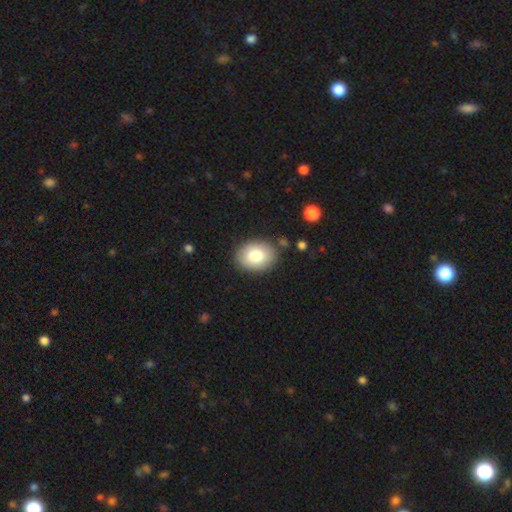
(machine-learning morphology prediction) The model was most divided on "how rounded": in between: 66%, round: 33%, cigar-shaped: 1%. More confident: merging — none (86%); smooth or featured — smooth (81%).